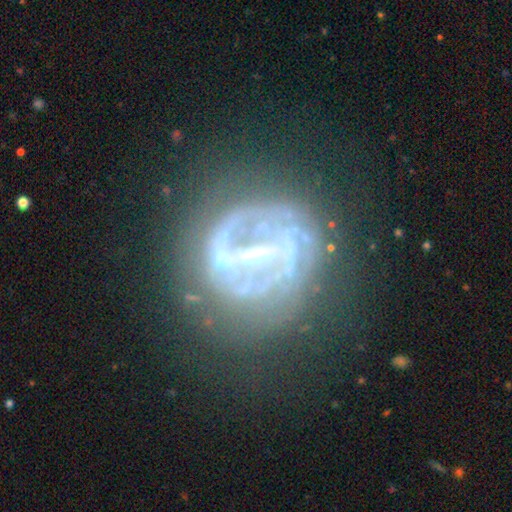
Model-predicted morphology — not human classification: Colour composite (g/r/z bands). It shows a featured or disk galaxy (77%) with a strong bar (63%), spiral arms (59%) and a small central bulge (45%). Merging: none (63%).